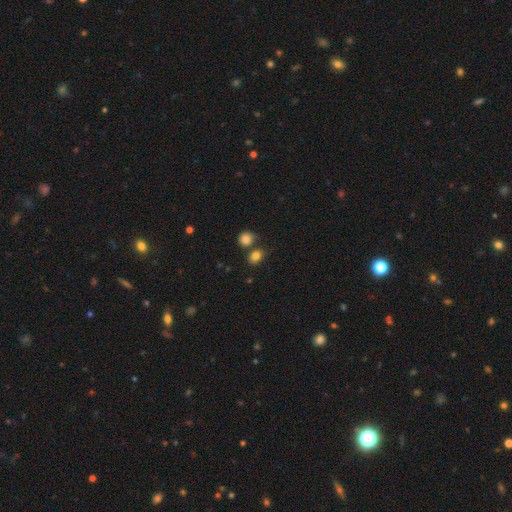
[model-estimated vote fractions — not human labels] Smooth or featured?
  - smooth: 82% *
  - star or artifact: 11%
  - featured or disk: 7%
How rounded?
  - in between: 57% *
  - round: 42%
  - cigar-shaped: 1%
Merging?
  - none: 62% *
  - merger: 21%
  - minor disturbance: 12%
  - major disturbance: 4%